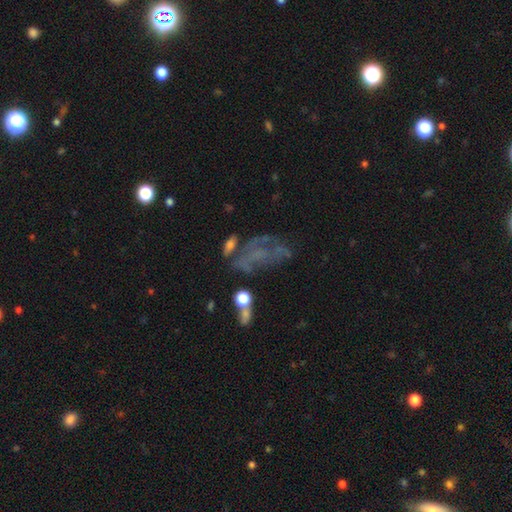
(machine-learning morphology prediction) Q: Smooth or featured?
A: featured or disk (53%); runner-up: smooth (24%)
Q: Edge-on disk?
A: no (93%); runner-up: yes (7%)
Q: Merging?
A: none (36%); runner-up: major disturbance (33%)